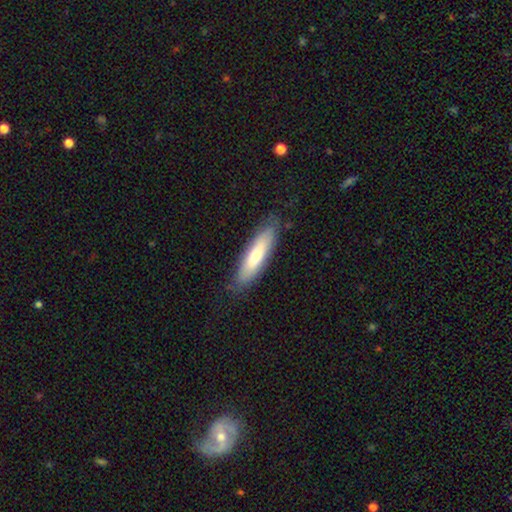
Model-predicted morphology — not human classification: Q: Smooth or featured?
A: smooth (70%); runner-up: featured or disk (24%)
Q: How rounded?
A: cigar-shaped (71%); runner-up: in between (28%)
Q: Merging?
A: none (83%); runner-up: minor disturbance (13%)